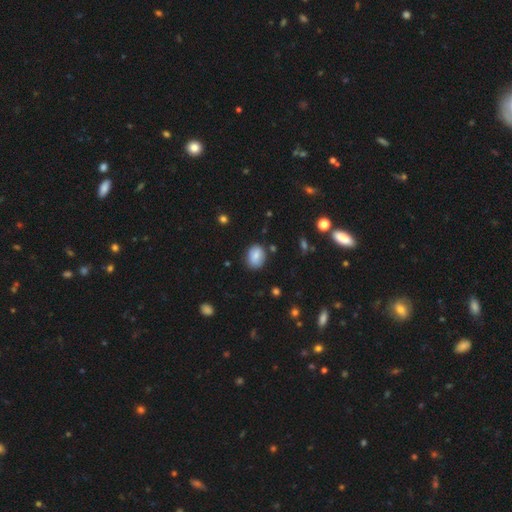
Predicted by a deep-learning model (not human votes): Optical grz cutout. It shows a smooth galaxy with no disk features (80%) that is in between round and cigar-shaped (66%). Merging: none (80%).